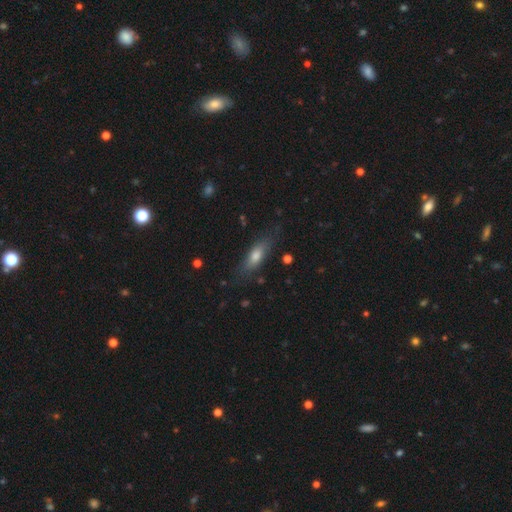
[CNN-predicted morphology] The model was most divided on "how rounded": in between: 51%, cigar-shaped: 46%, round: 3%. More confident: merging — none (76%); smooth or featured — smooth (65%).